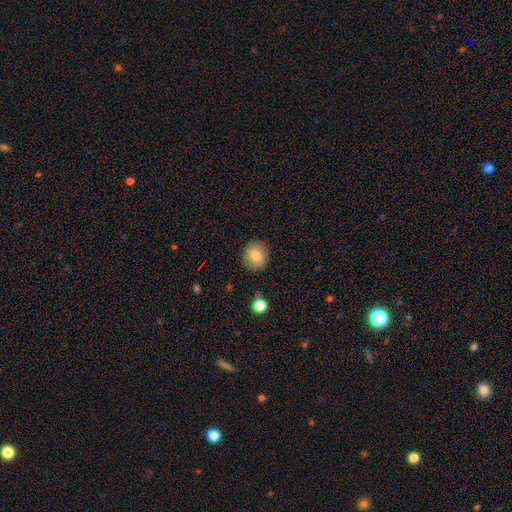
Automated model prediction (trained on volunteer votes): Q: Smooth or featured?
A: smooth (81%); runner-up: featured or disk (10%)
Q: How rounded?
A: round (82%); runner-up: in between (17%)
Q: Merging?
A: none (87%); runner-up: minor disturbance (9%)